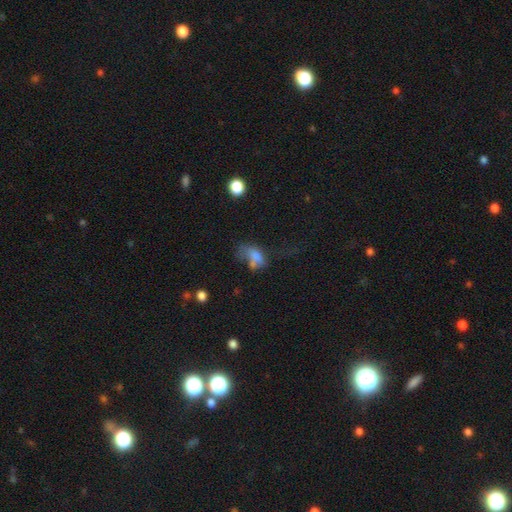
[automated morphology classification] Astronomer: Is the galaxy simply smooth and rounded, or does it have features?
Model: smooth — 62%.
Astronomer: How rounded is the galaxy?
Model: in between — 83%.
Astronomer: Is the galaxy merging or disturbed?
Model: major disturbance — 41% (runner-up: none, 22%).